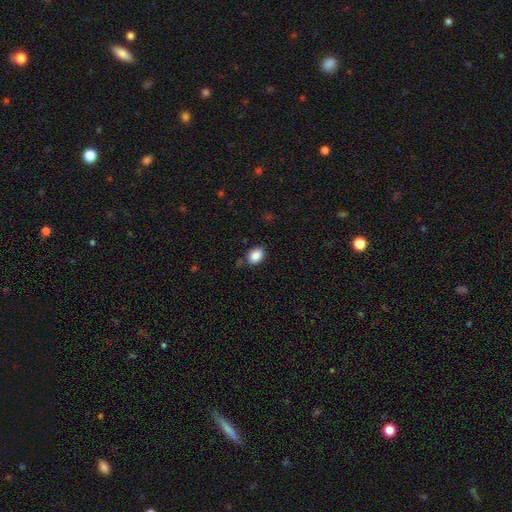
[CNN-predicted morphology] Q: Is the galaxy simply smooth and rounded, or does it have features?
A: smooth — 88%.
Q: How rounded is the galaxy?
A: in between — 69%.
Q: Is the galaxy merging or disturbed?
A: none — 79%.